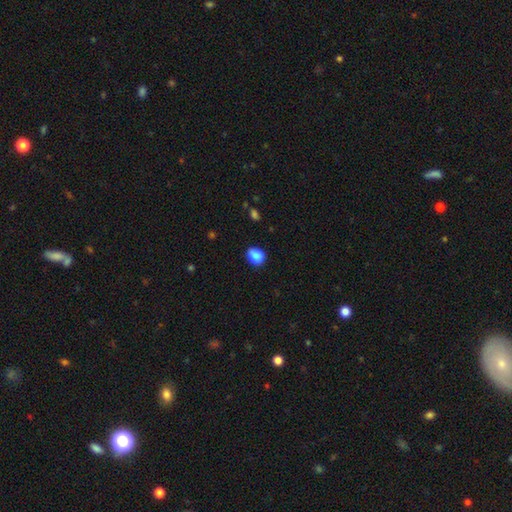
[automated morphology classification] smooth-or-featured: smooth: 88% | star or artifact: 9% | featured or disk: 4%
  how-rounded: in between: 61% | round: 37% | cigar-shaped: 1%
  merging: none: 82% | minor disturbance: 14% | major disturbance: 2% | merger: 1%